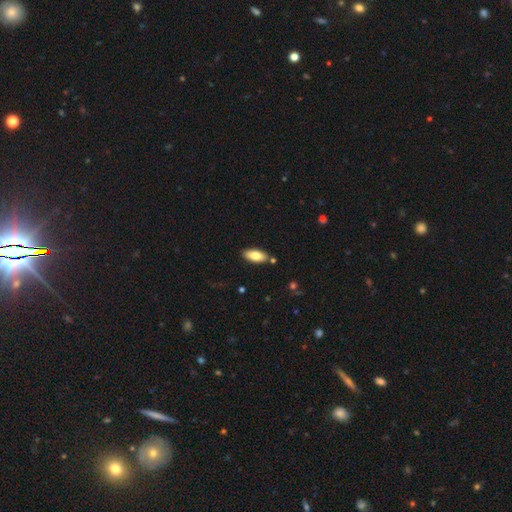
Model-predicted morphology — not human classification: smooth 78%, featured or disk 16%, star or artifact 6%. Down the decision tree: how rounded — in between (86%); merging — none (85%).